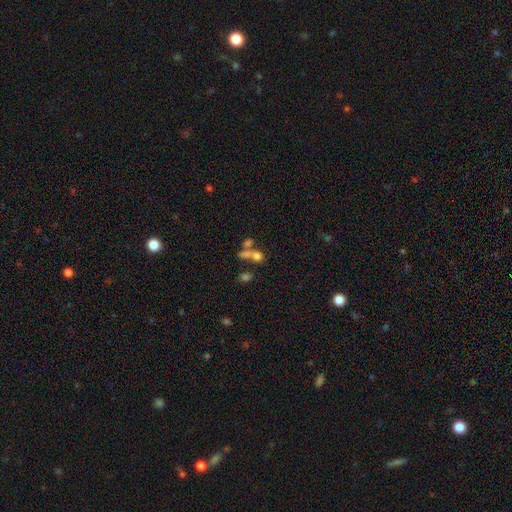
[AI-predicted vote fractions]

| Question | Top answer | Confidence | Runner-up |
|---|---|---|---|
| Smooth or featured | smooth | 66% | star or artifact (17%) |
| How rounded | round | 49% | in between (44%) |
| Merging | merger | 47% | none (36%) |